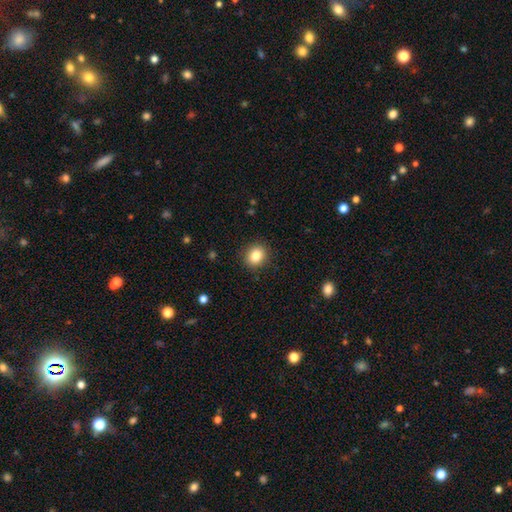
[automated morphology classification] Smooth or featured: smooth — 84% (star or artifact — 10%)
How rounded: round — 70% (in between — 29%)
Merging: none — 89% (minor disturbance — 7%)